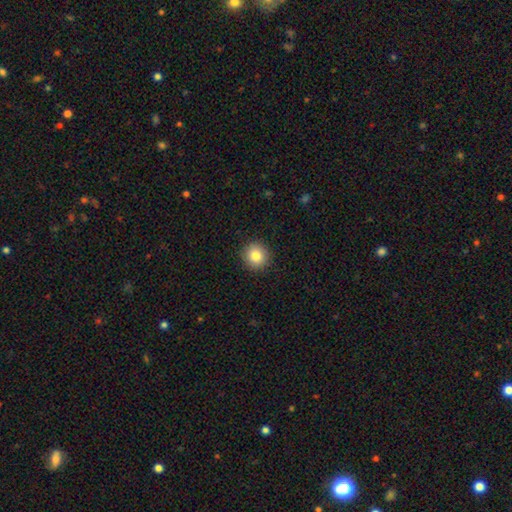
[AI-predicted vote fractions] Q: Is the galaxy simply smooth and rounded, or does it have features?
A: smooth — 83%.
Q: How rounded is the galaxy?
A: round — 92%.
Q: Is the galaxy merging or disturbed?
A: none — 91%.